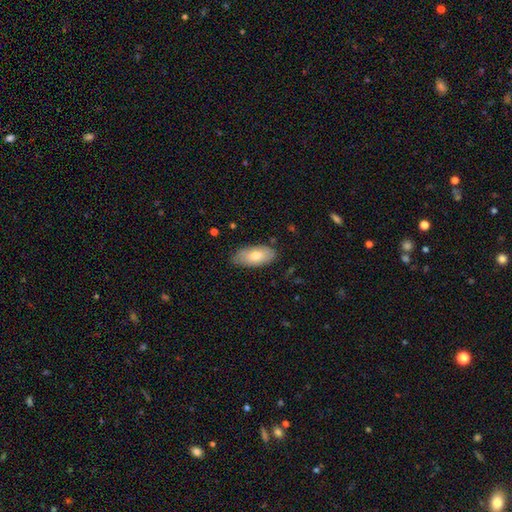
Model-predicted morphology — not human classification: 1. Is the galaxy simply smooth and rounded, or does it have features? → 74% smooth, 20% featured or disk, 6% star or artifact.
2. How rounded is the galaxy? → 92% in between, 5% cigar-shaped, 3% round.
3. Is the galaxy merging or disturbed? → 77% none, 18% minor disturbance, 3% major disturbance, 1% merger.